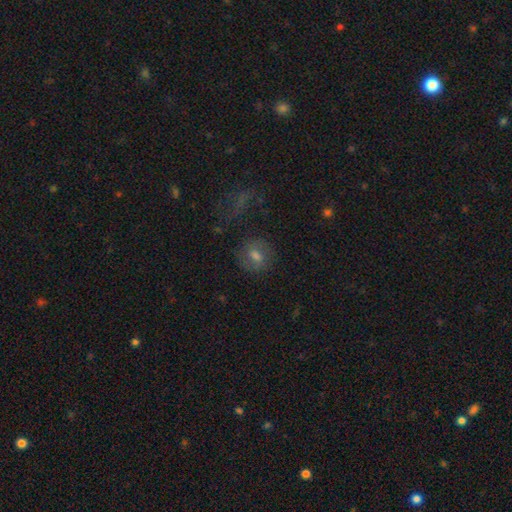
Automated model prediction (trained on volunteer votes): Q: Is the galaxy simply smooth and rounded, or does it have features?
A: smooth — 57%.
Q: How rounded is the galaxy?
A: round — 71%.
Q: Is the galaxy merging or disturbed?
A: none — 78%.